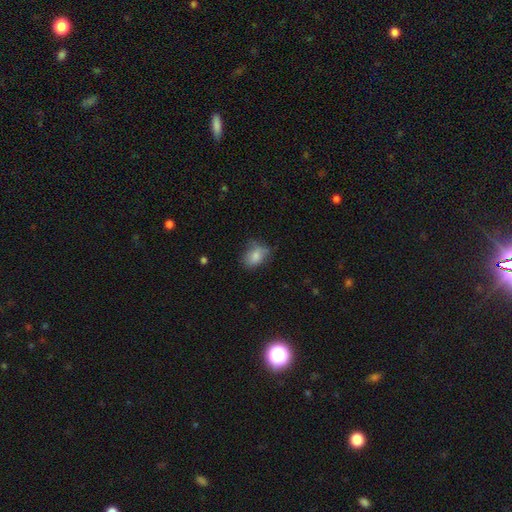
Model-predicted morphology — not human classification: Smooth or featured? smooth (79%)
How rounded? in between (77%)
Merging? none (57%)